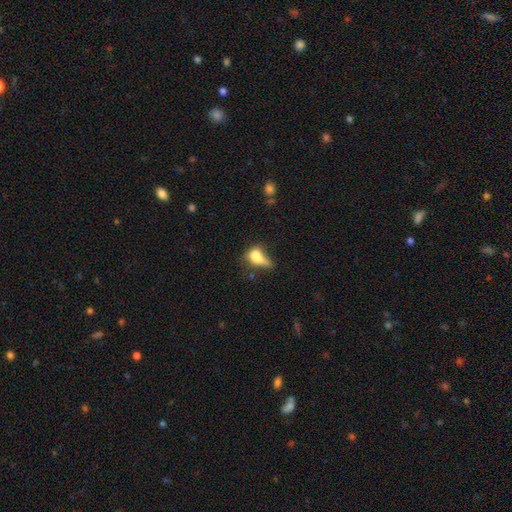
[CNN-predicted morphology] Smooth or featured? Predicted: smooth (p=0.69). How rounded? Predicted: in between (p=0.74). Merging? Predicted: major disturbance (p=0.36).